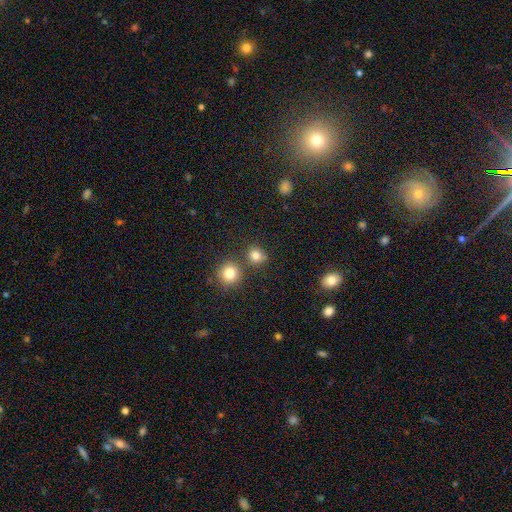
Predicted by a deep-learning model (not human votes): smooth_or_featured: smooth (p=0.81) [alt: star or artifact p=0.14]
how_rounded: round (p=0.83) [alt: in between p=0.16]
merging: none (p=0.74) [alt: merger p=0.13]